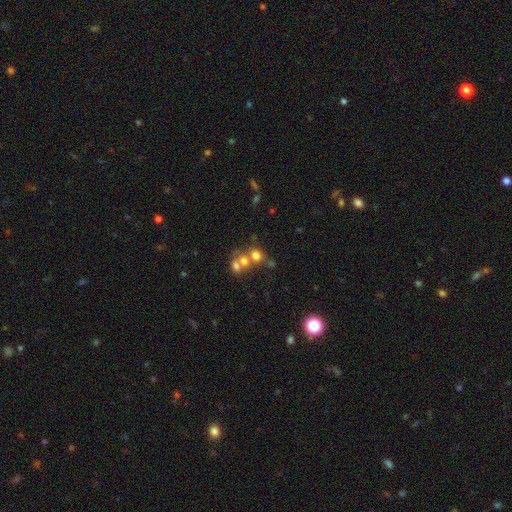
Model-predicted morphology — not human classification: smooth_or_featured: smooth (p=0.64) [alt: featured or disk p=0.18]
how_rounded: round (p=0.65) [alt: in between p=0.34]
merging: merger (p=0.50) [alt: none p=0.36]